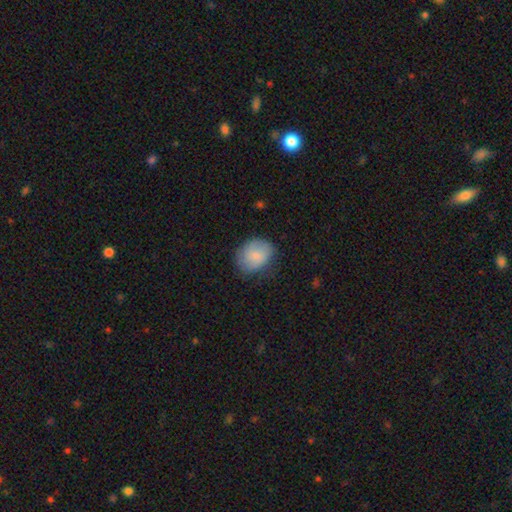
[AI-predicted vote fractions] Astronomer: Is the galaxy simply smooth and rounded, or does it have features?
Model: smooth — 77%.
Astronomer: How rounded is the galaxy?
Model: in between — 50% (runner-up: round, 49%).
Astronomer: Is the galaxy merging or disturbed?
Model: none — 70%.